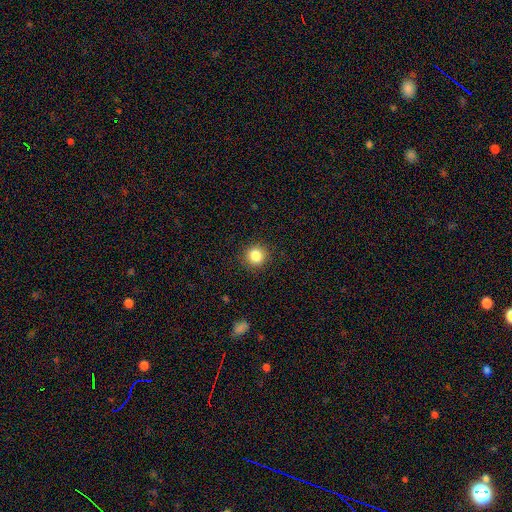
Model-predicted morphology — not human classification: The model was most divided on "smooth or featured": smooth: 84%, star or artifact: 11%, featured or disk: 5%. More confident: how rounded — round (92%); merging — none (91%).